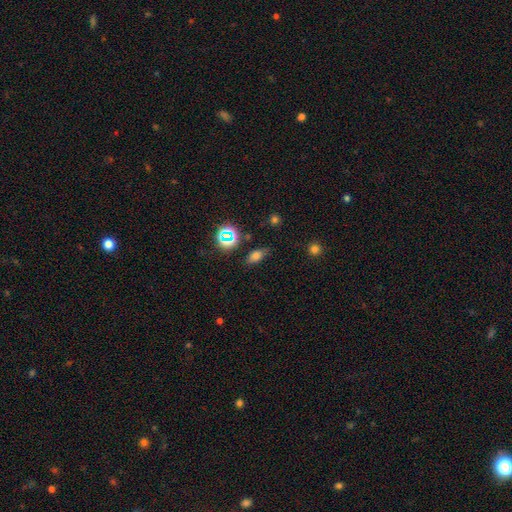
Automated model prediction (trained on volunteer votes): Smooth or featured? Predicted: smooth (p=0.69). How rounded? Predicted: in between (p=0.76). Merging? Predicted: none (p=0.73).